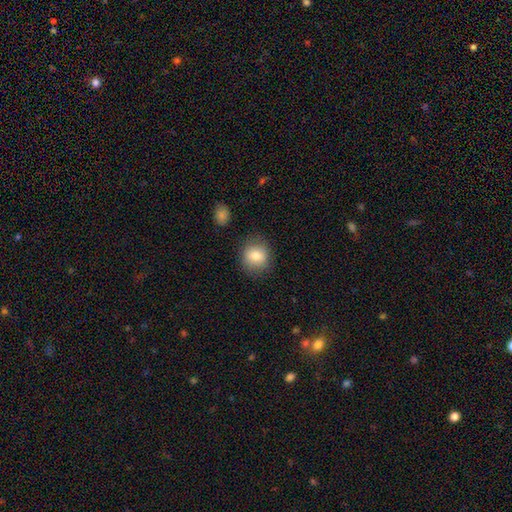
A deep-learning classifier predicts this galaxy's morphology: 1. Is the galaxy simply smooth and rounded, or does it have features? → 81% smooth, 10% featured or disk, 9% star or artifact.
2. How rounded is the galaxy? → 81% round, 18% in between, 1% cigar-shaped.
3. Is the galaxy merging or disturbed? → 83% none, 12% minor disturbance, 4% major disturbance, 2% merger.